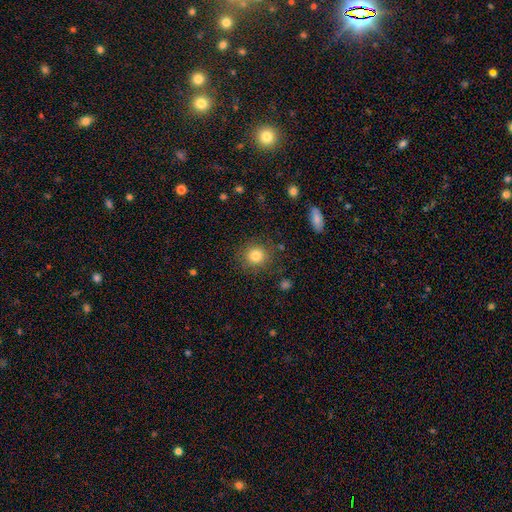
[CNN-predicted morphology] smooth-or-featured: smooth: 82% | star or artifact: 11% | featured or disk: 7%
  how-rounded: round: 90% | in between: 9% | cigar-shaped: 1%
  merging: none: 86% | minor disturbance: 9% | major disturbance: 3% | merger: 2%